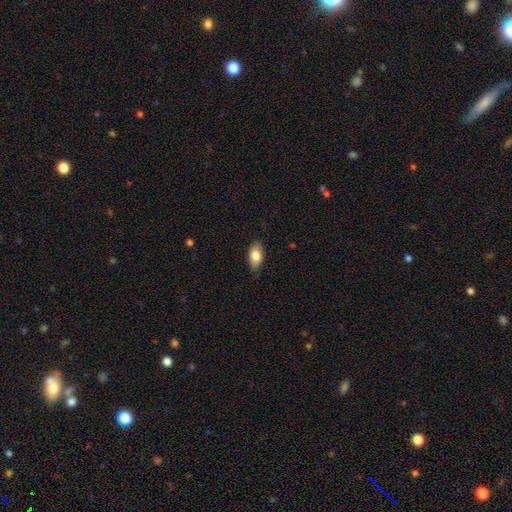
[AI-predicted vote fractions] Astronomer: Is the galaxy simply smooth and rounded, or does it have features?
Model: smooth — 82%.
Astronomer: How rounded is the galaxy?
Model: in between — 91%.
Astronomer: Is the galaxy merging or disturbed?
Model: none — 84%.